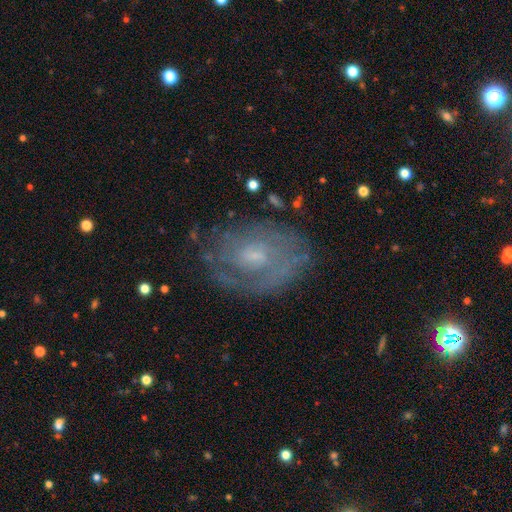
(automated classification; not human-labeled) The model was most divided on "spiral arm count": can't tell: 47%, 2: 24%, 1: 15%, 3: 7%, 4: 4%, more than 4: 3%. More confident: edge-on disk — no (96%); spiral arms — yes (79%); smooth or featured — featured or disk (74%); merging — none (69%); bulge size — small (62%); bar — no (61%); spiral winding — tight (60%).